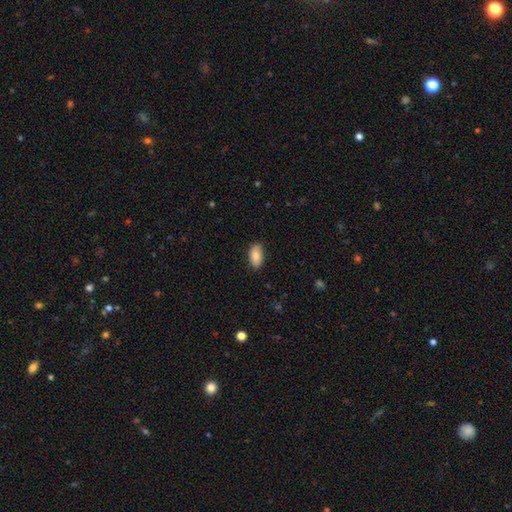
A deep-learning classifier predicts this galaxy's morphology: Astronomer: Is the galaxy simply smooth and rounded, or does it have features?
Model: smooth — 84%.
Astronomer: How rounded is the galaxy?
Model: in between — 93%.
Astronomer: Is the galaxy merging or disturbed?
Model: none — 87%.